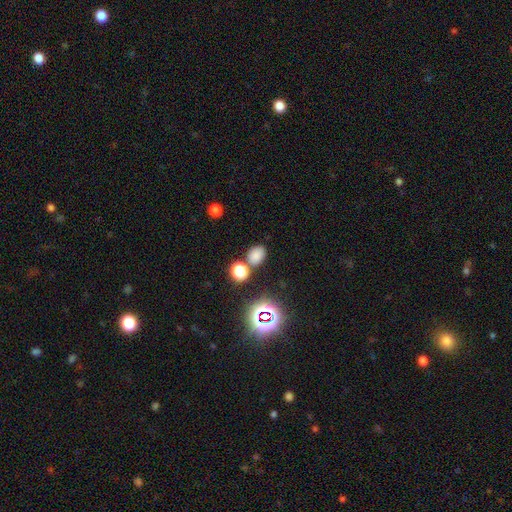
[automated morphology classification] Smooth or featured: smooth — 75% (star or artifact — 20%)
How rounded: in between — 66% (round — 32%)
Merging: none — 73% (merger — 13%)